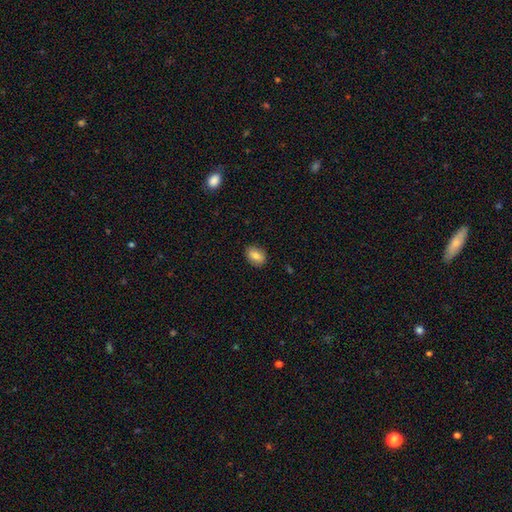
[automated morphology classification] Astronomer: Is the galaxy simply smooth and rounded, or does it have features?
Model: smooth — 80%.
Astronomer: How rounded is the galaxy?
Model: in between — 76%.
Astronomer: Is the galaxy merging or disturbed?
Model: none — 87%.